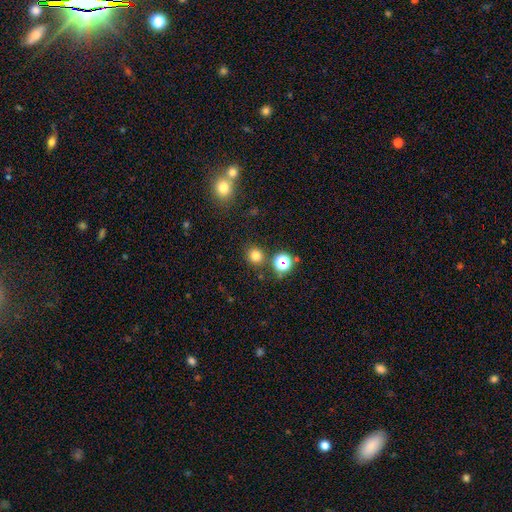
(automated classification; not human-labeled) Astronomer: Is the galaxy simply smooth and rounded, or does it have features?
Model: smooth — 76%.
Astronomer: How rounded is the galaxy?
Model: round — 91%.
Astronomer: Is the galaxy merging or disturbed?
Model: none — 84%.